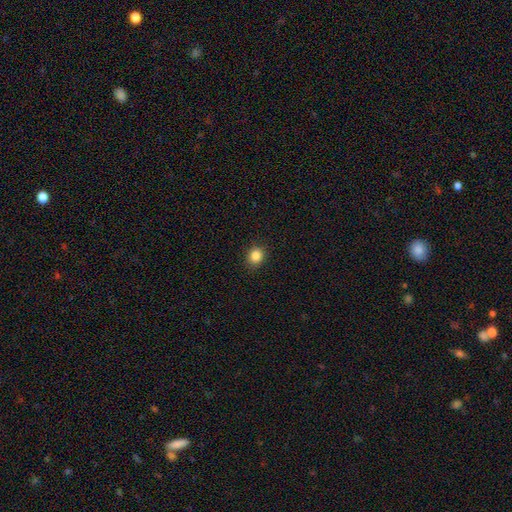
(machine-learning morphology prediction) Smooth or featured: smooth — 86% (star or artifact — 10%)
How rounded: round — 75% (in between — 24%)
Merging: none — 90% (minor disturbance — 7%)